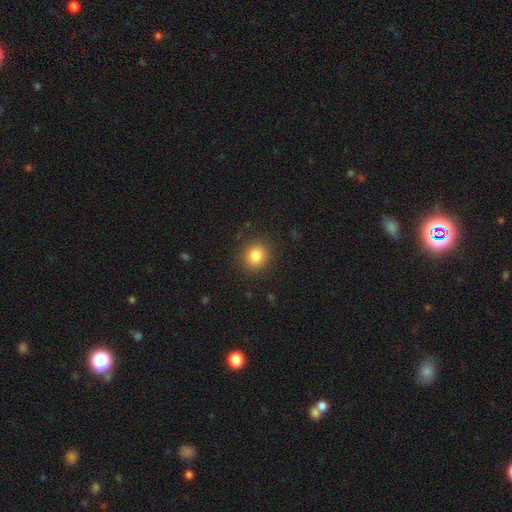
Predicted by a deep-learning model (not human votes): smooth 84%, star or artifact 11%, featured or disk 6%. Down the decision tree: how rounded — round (86%); merging — none (89%).